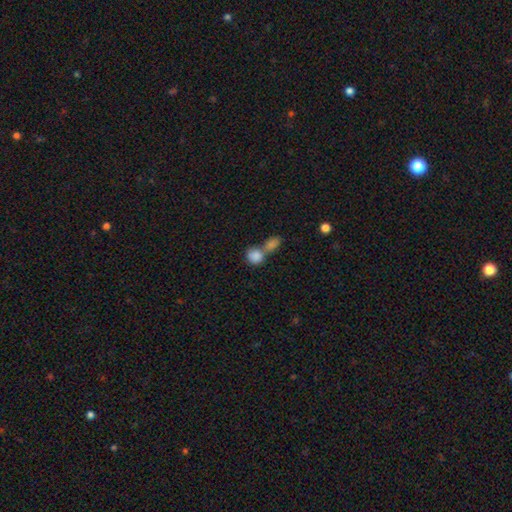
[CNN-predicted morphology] Smooth or featured? smooth (85%)
How rounded? round (63%)
Merging? merger (62%)